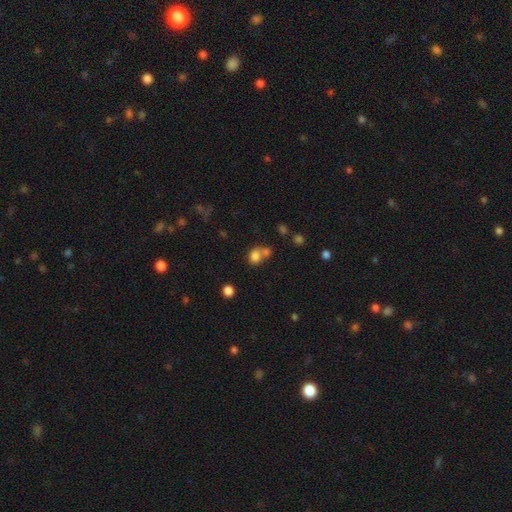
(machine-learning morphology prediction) smooth_or_featured: smooth (p=0.79) [alt: star or artifact p=0.12]
how_rounded: round (p=0.66) [alt: in between p=0.33]
merging: merger (p=0.47) [alt: none p=0.41]